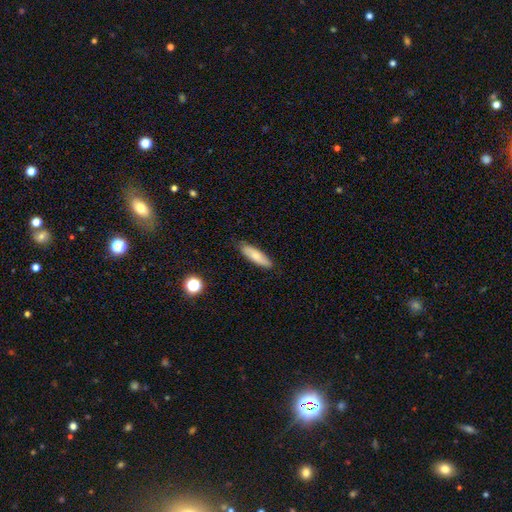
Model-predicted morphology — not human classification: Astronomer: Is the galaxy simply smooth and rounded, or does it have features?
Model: smooth — 72%.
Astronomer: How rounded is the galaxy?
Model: cigar-shaped — 58% (runner-up: in between, 40%).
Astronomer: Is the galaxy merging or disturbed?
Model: none — 85%.